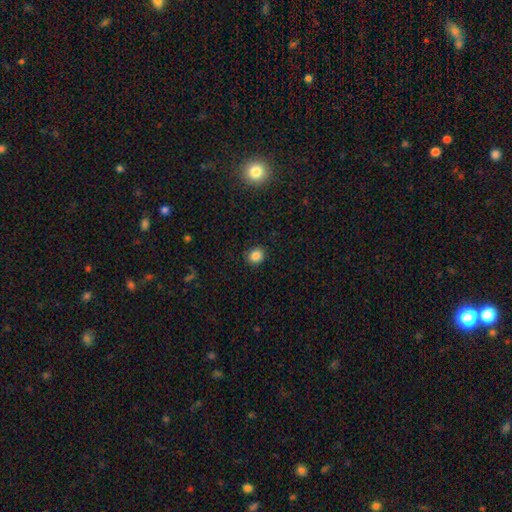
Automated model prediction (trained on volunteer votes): smooth-or-featured: smooth: 85% | star or artifact: 11% | featured or disk: 4%
  how-rounded: round: 70% | in between: 30% | cigar-shaped: 1%
  merging: none: 89% | minor disturbance: 8% | major disturbance: 2% | merger: 1%